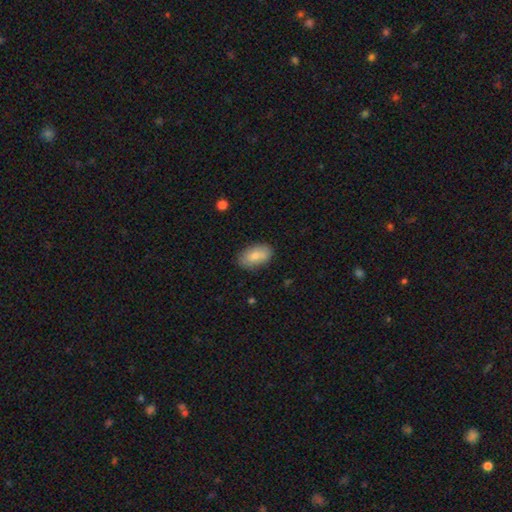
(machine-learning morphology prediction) Overall: smooth (79%). How rounded: in between (93%). Merging: none (83%).